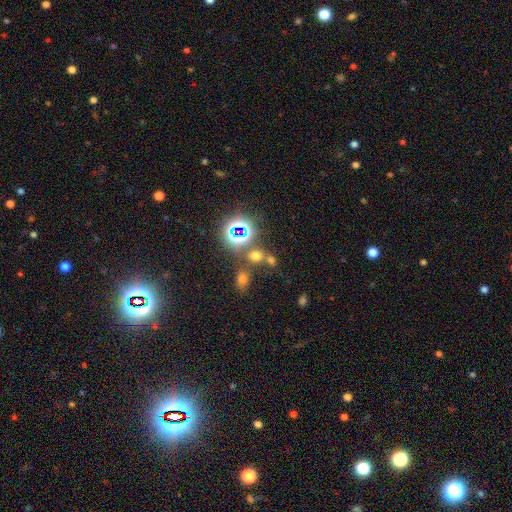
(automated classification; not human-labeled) smooth_or_featured: smooth (p=0.53) [alt: star or artifact p=0.39]
how_rounded: round (p=0.59) [alt: in between p=0.39]
merging: none (p=0.63) [alt: merger p=0.23]